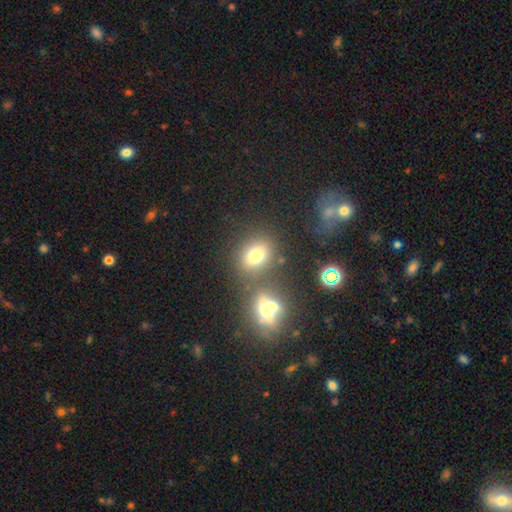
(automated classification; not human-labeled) This appears to be a smooth galaxy with no disk features (73%) that is in between round and cigar-shaped (50%). Merging: none (67%).